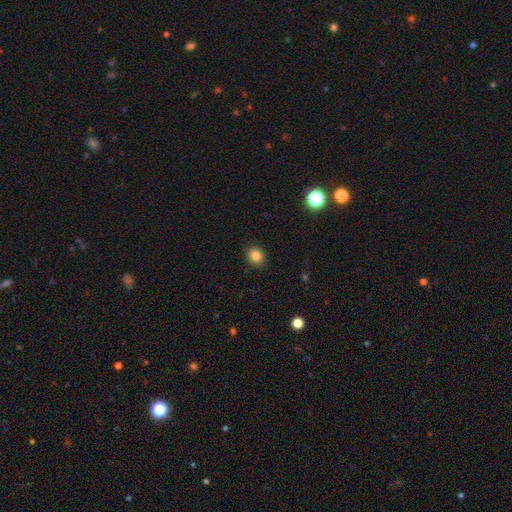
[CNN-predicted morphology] Q: Smooth or featured?
A: smooth (83%); runner-up: star or artifact (11%)
Q: How rounded?
A: round (69%); runner-up: in between (30%)
Q: Merging?
A: none (90%); runner-up: minor disturbance (7%)